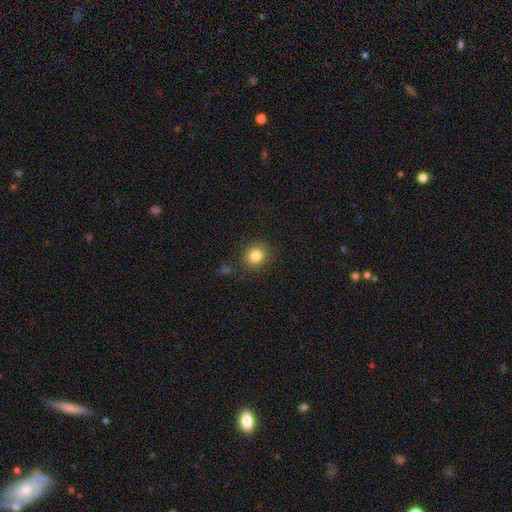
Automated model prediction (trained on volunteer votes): smooth-or-featured: smooth: 83% | star or artifact: 11% | featured or disk: 6%
  how-rounded: round: 82% | in between: 17% | cigar-shaped: 1%
  merging: none: 85% | minor disturbance: 9% | major disturbance: 3% | merger: 2%